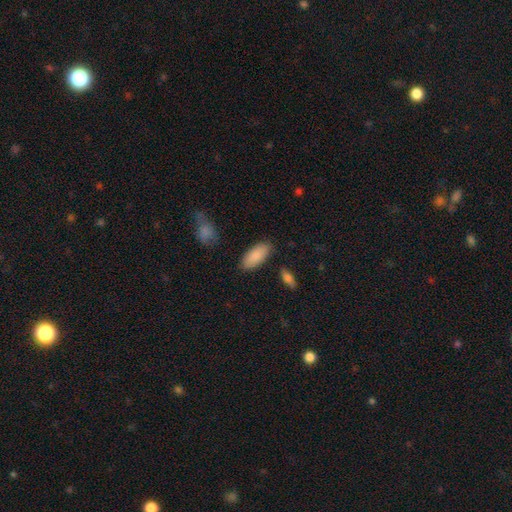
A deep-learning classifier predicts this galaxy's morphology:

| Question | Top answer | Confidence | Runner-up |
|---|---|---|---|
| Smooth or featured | smooth | 88% | featured or disk (6%) |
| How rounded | in between | 88% | cigar-shaped (11%) |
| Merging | none | 84% | minor disturbance (11%) |